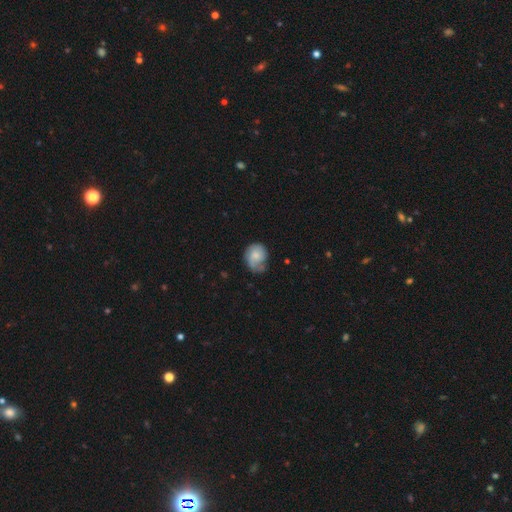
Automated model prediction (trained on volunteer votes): The model was most divided on "merging": none: 45%, minor disturbance: 33%, major disturbance: 19%, merger: 3%. More confident: how rounded — round (62%); smooth or featured — smooth (54%).